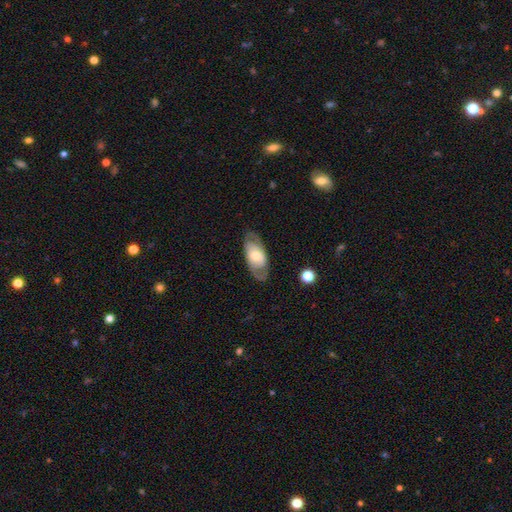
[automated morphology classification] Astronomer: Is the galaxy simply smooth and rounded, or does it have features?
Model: featured or disk — 57% (runner-up: smooth, 37%).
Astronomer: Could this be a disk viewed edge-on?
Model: no — 87%.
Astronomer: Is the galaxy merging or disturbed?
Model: none — 73%.